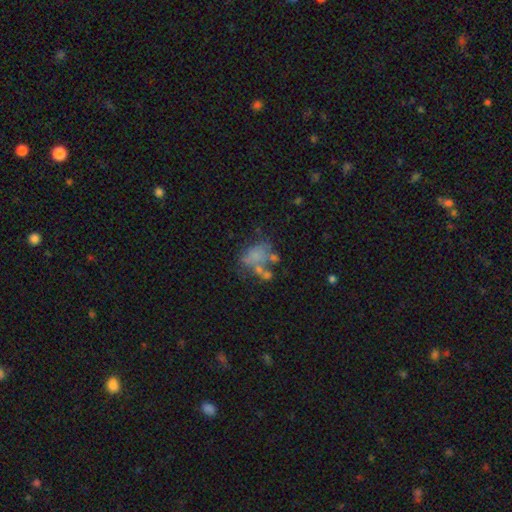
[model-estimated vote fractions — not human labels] Smooth or featured? Predicted: smooth (p=0.47). Merging? Predicted: none (p=0.31).